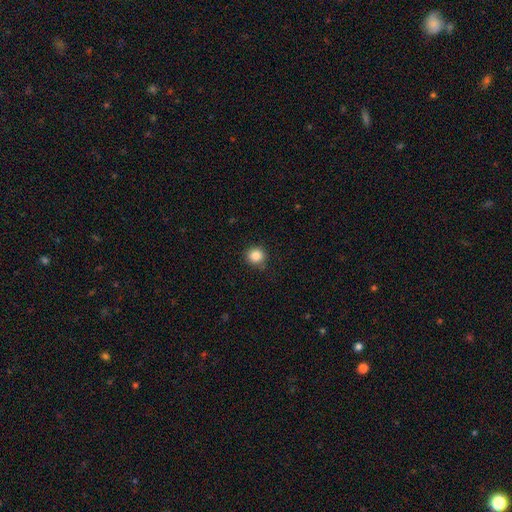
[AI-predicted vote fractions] This is clearly a smooth galaxy (86%). How rounded: clearly round (91%). Merging: clearly none (89%).